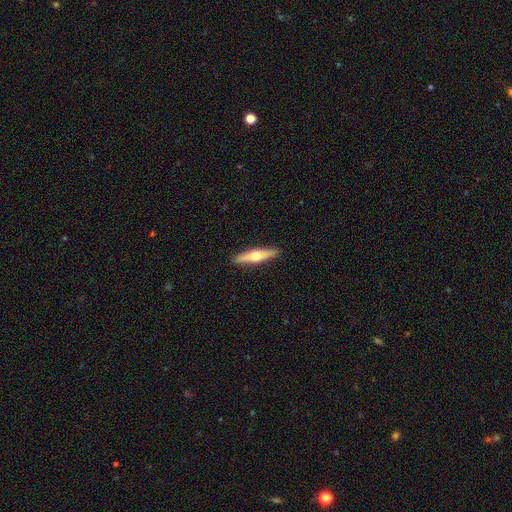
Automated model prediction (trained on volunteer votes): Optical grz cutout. It shows a featured or disk galaxy (54%) viewed edge-on (95%) with a rounded central bulge (93%). Merging: none (91%).